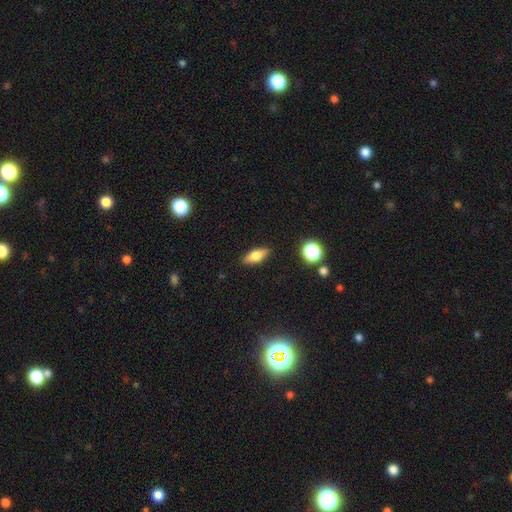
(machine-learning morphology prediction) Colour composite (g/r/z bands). It shows a smooth galaxy with no disk features (64%) that is in between round and cigar-shaped (70%). Merging: none (88%).